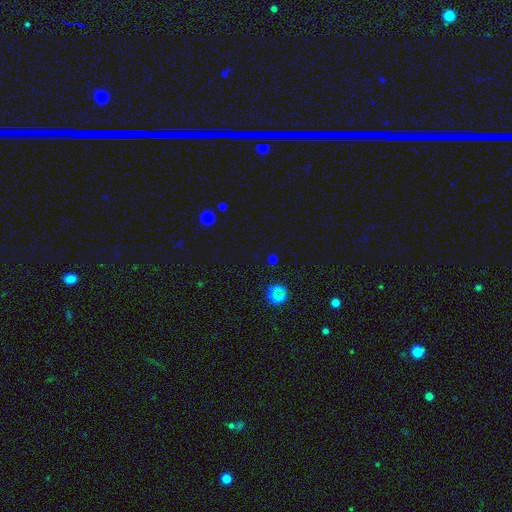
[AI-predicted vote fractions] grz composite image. It shows a star or artifact, not a galaxy (54%).